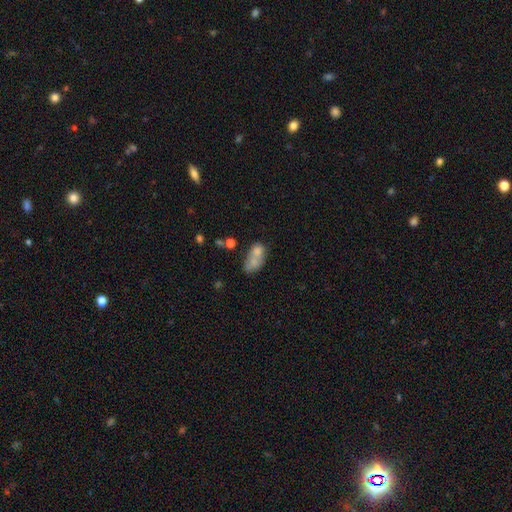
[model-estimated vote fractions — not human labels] The model was most divided on "merging": merger: 52%, none: 25%, minor disturbance: 13%, major disturbance: 10%. More confident: how rounded — in between (81%); smooth or featured — smooth (65%).